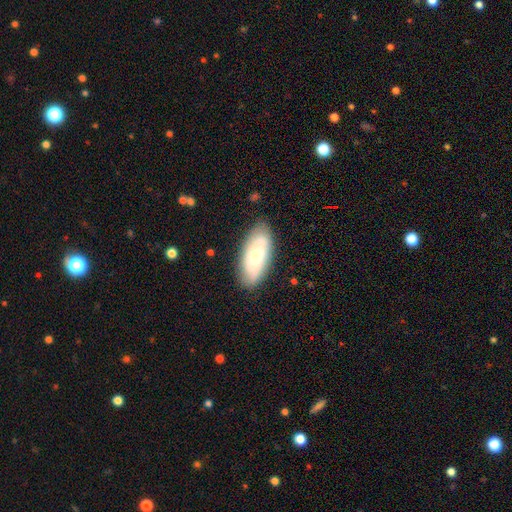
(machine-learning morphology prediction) smooth-or-featured: smooth: 51% | featured or disk: 42% | star or artifact: 6%
  how-rounded: in between: 88% | cigar-shaped: 10% | round: 3%
  merging: none: 80% | minor disturbance: 15% | major disturbance: 3% | merger: 2%